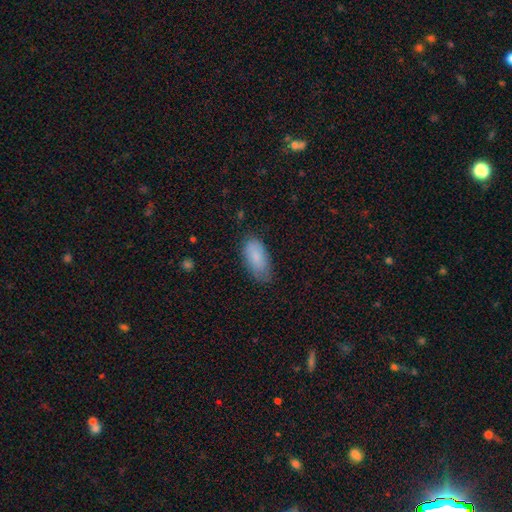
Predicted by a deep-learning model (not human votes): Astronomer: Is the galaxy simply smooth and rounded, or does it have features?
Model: smooth — 85%.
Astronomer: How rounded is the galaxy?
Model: in between — 91%.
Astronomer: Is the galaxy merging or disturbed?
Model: none — 70%.